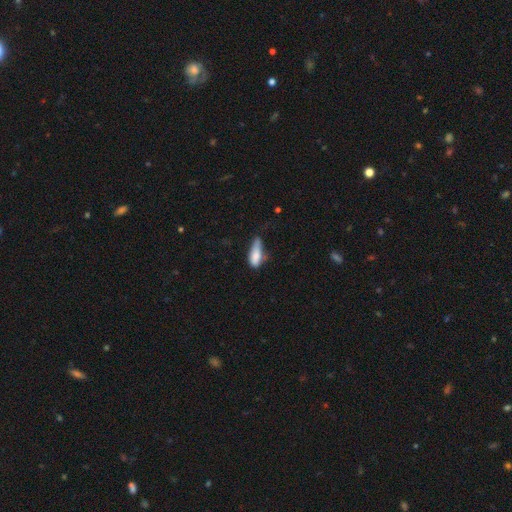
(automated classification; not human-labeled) Overall: smooth (78%). How rounded: in between (71%). Merging: minor disturbance (44%; none 29%).